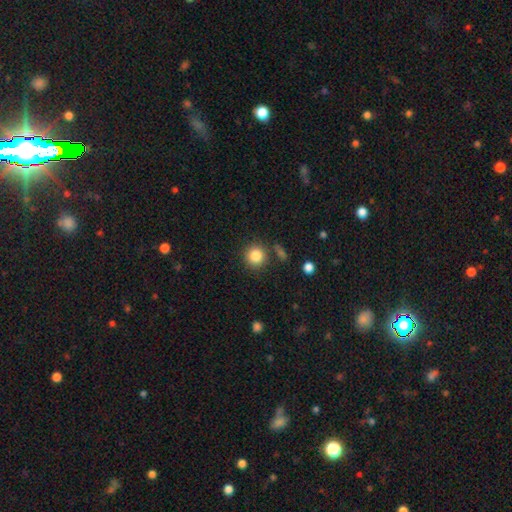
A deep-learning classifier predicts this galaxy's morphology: This is clearly a smooth galaxy (85%). How rounded: clearly round (91%). Merging: clearly none (82%).